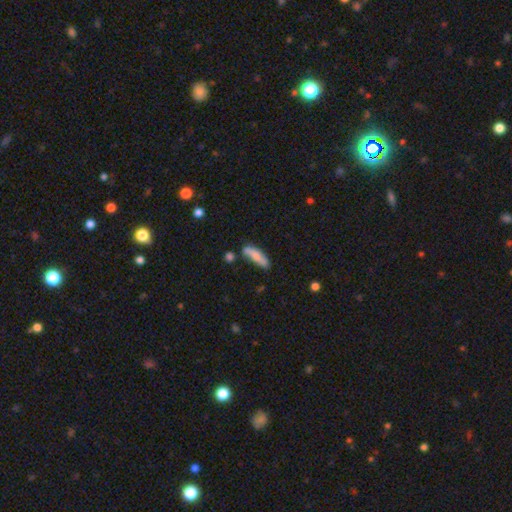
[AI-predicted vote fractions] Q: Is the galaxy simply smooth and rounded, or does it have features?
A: smooth — 70%.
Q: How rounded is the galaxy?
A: cigar-shaped — 54%.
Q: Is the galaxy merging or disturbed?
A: none — 58%.